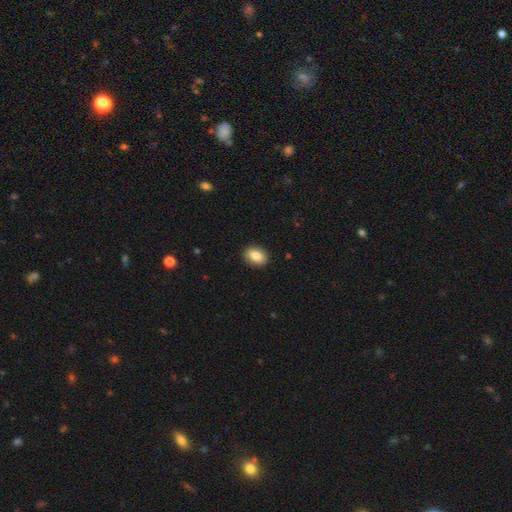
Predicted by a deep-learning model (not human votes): This is clearly a smooth galaxy (86%). How rounded: likely in between (80%). Merging: clearly none (90%).